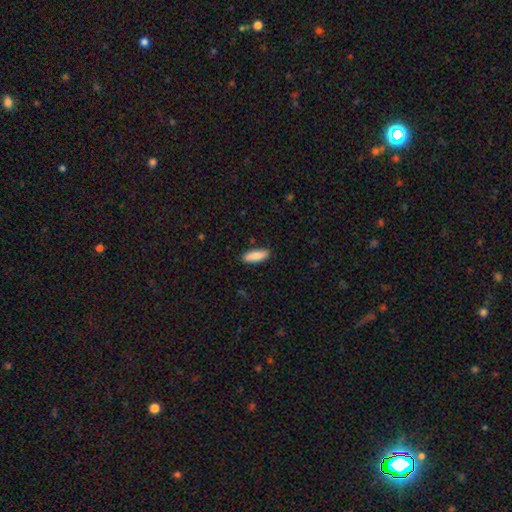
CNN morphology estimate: smooth 82%, featured or disk 12%, star or artifact 6%. Down the decision tree: how rounded — in between (61%); merging — none (87%).